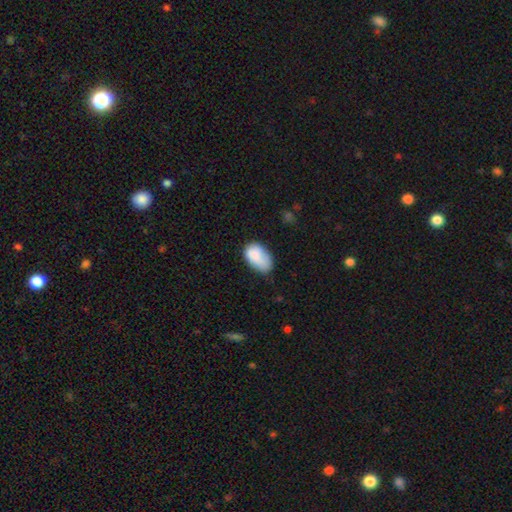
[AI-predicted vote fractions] Smooth or featured? Predicted: smooth (p=0.84). How rounded? Predicted: in between (p=0.93). Merging? Predicted: none (p=0.52).